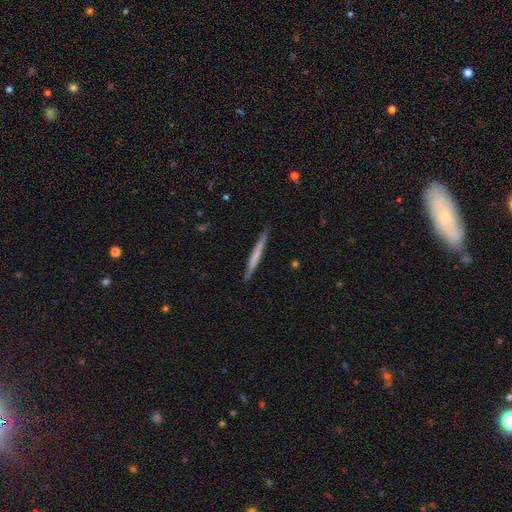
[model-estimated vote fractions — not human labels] smooth 52%, featured or disk 43%, star or artifact 5%. Down the decision tree: how rounded — cigar-shaped (97%); merging — none (89%).